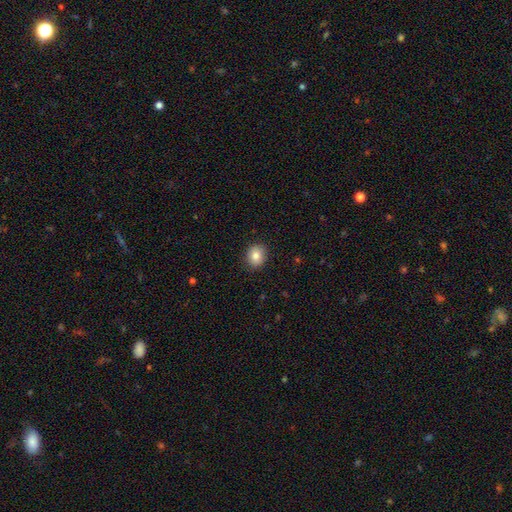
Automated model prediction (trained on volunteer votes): smooth-or-featured: smooth: 83% | star or artifact: 9% | featured or disk: 8%
  how-rounded: round: 66% | in between: 33% | cigar-shaped: 1%
  merging: none: 89% | minor disturbance: 8% | major disturbance: 2% | merger: 1%